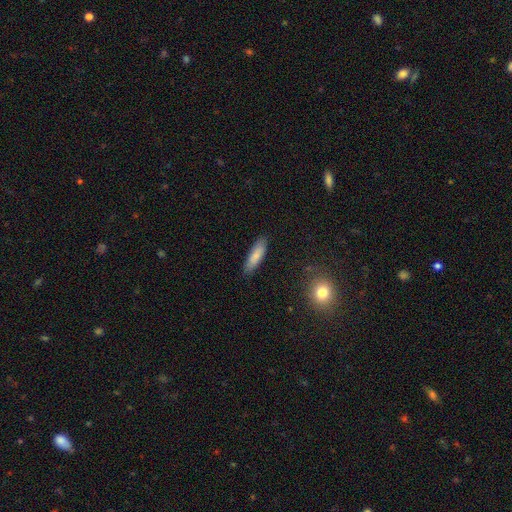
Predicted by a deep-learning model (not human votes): This is likely a smooth galaxy (80%). How rounded: possibly cigar-shaped (57%). Merging: clearly none (84%).